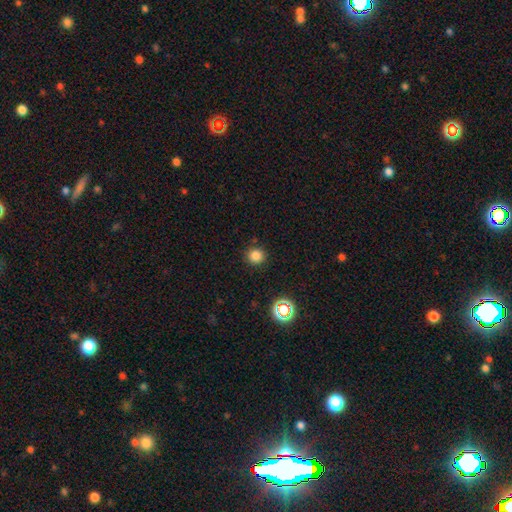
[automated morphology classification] A smooth galaxy with no disk features (81%) that is round (92%). Merging: none (89%).